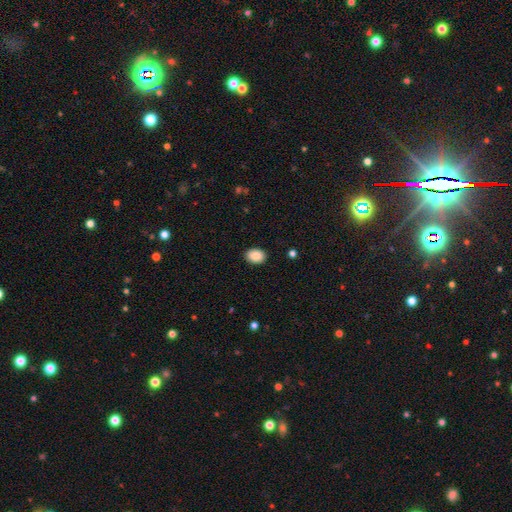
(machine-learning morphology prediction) Overall: smooth (89%). How rounded: in between (75%). Merging: none (89%).